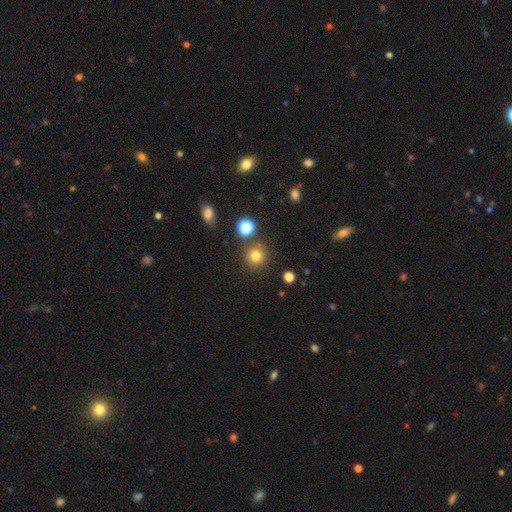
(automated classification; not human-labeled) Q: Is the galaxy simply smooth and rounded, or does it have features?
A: smooth — 79%.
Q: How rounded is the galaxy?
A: round — 93%.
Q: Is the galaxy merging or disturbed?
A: none — 84%.